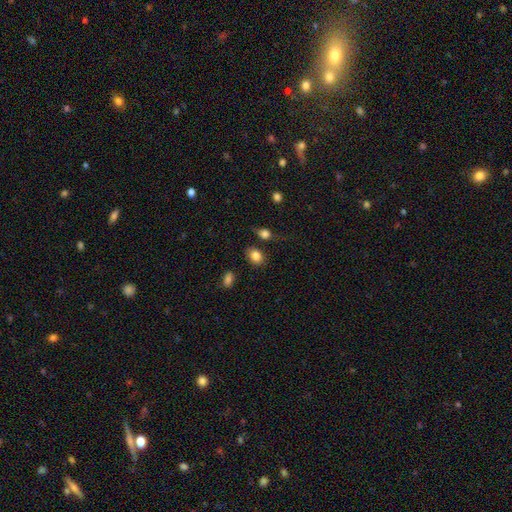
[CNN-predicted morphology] The model was most divided on "how rounded": in between: 61%, round: 38%, cigar-shaped: 1%. More confident: smooth or featured — smooth (84%); merging — none (78%).